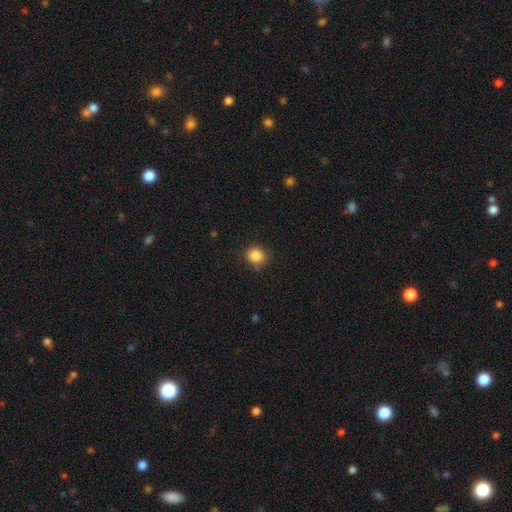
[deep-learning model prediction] The model was most divided on "how rounded": round: 80%, in between: 19%, cigar-shaped: 1%. More confident: smooth or featured — smooth (86%); merging — none (83%).